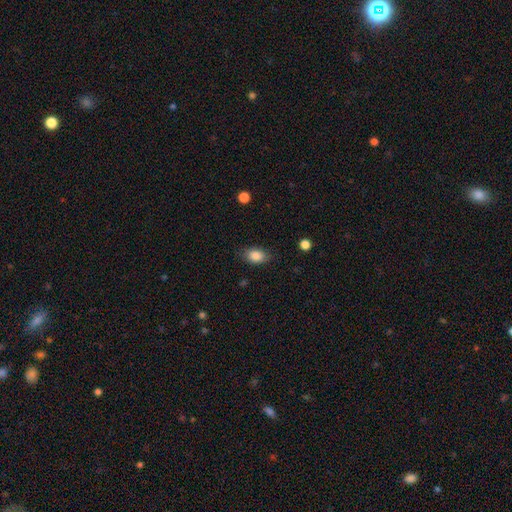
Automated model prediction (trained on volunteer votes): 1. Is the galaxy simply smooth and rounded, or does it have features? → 86% smooth, 8% star or artifact, 6% featured or disk.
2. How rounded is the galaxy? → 85% in between, 13% round, 2% cigar-shaped.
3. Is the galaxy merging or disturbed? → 81% none, 14% minor disturbance, 4% major disturbance, 1% merger.